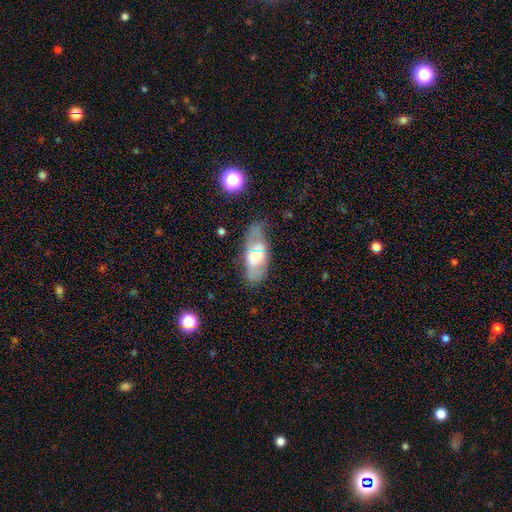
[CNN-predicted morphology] Smooth or featured? featured or disk (49%)
Merging? none (52%)